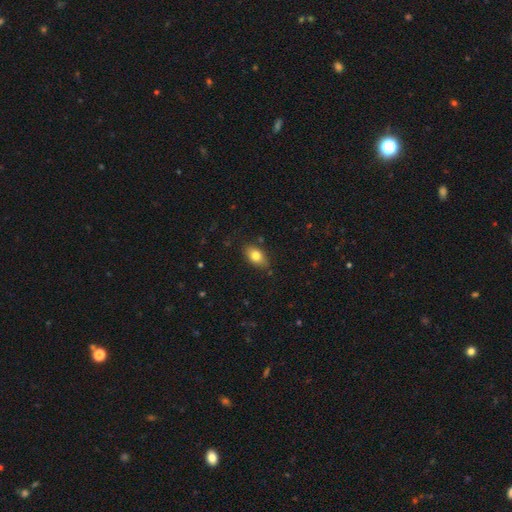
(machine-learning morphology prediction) Smooth or featured: smooth — 78% (featured or disk — 13%)
How rounded: in between — 86% (round — 10%)
Merging: none — 80% (minor disturbance — 15%)